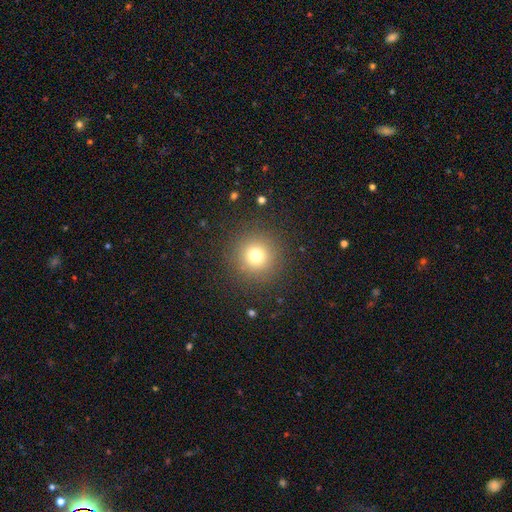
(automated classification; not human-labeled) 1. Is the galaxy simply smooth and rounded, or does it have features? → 74% smooth, 16% star or artifact, 10% featured or disk.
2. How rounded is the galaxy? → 96% round, 4% in between, 1% cigar-shaped.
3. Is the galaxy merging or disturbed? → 90% none, 6% minor disturbance, 3% major disturbance, 1% merger.